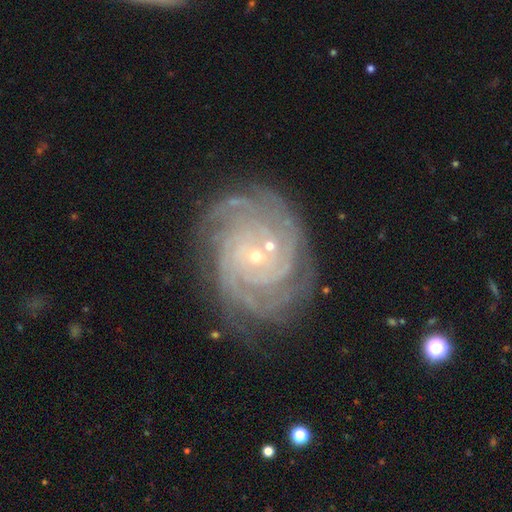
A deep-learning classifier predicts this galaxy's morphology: Smooth or featured: featured or disk — 89% (star or artifact — 6%)
Edge-on disk: no — 97% (yes — 3%)
Bar: no — 74% (weak — 19%)
Spiral arms: yes — 98% (no — 2%)
Spiral winding: tight — 82% (medium — 16%)
Spiral arm count: 4 — 29% (more than 4 — 23%)
Bulge size: small — 84% (moderate — 12%)
Merging: none — 71% (minor disturbance — 17%)